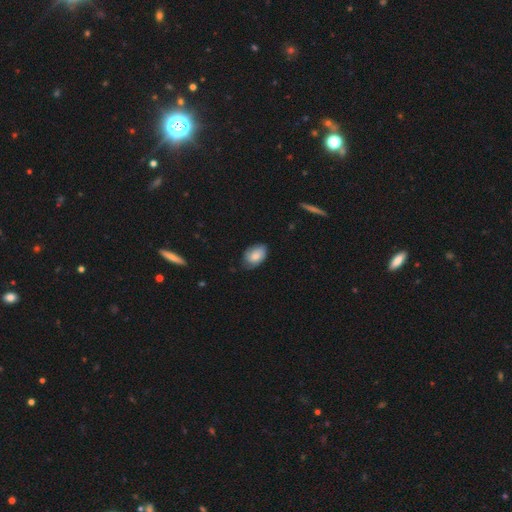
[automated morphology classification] This is likely a smooth galaxy (65%). How rounded: clearly in between (86%). Merging: likely none (67%).